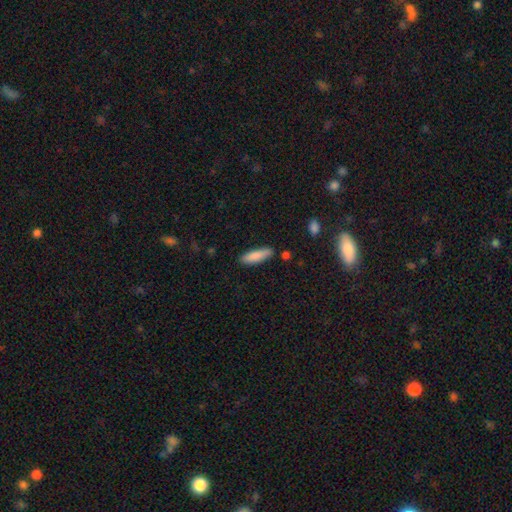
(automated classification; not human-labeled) Overall: smooth (86%). How rounded: cigar-shaped (62%; in between 36%). Merging: none (81%).